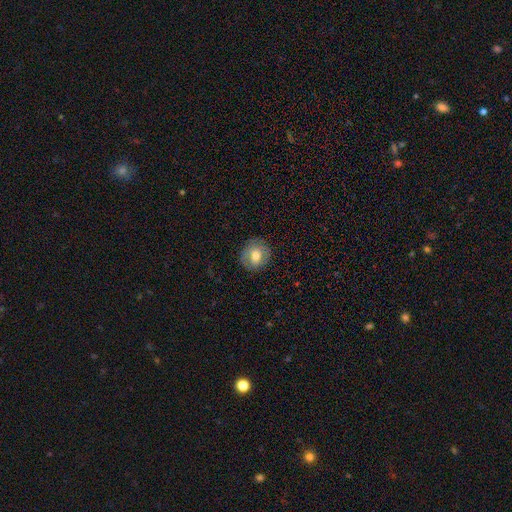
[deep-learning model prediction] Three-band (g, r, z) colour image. It shows a smooth galaxy with no disk features (66%) that is round (79%). Merging: none (80%).